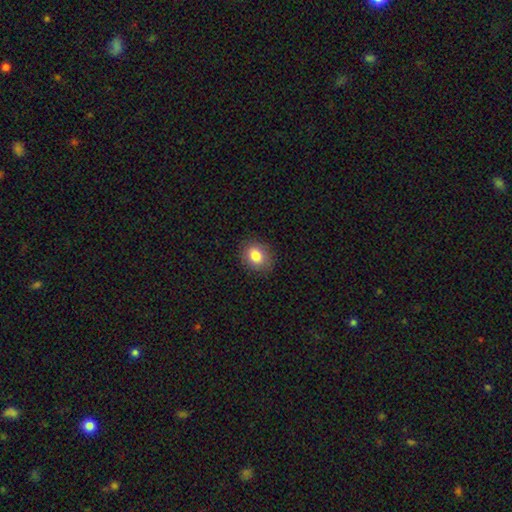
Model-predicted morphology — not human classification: Q: Smooth or featured?
A: smooth (84%); runner-up: star or artifact (9%)
Q: How rounded?
A: in between (50%); runner-up: round (49%)
Q: Merging?
A: none (87%); runner-up: minor disturbance (10%)